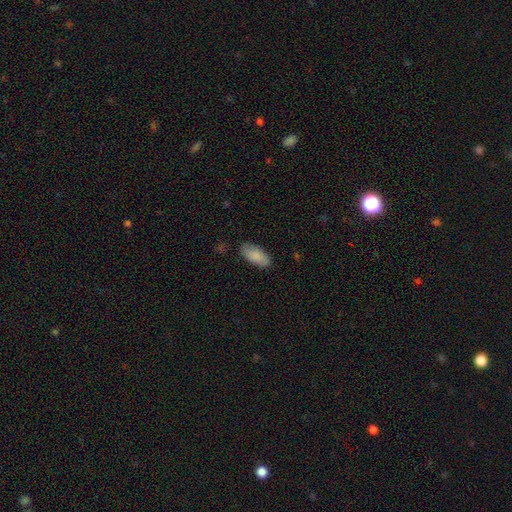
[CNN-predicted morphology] type=smooth (87%); roundness=in between (90%); merging=none (84%).